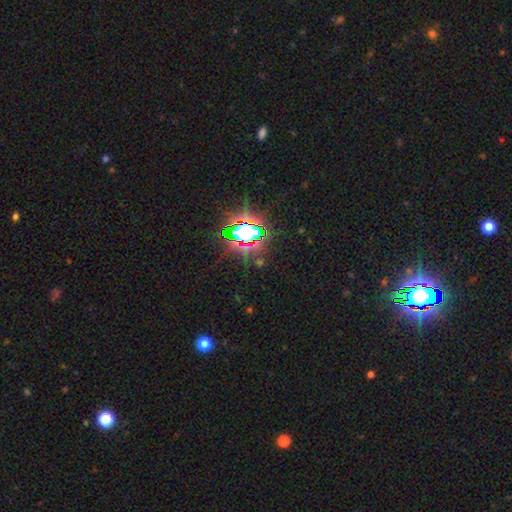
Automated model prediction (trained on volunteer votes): Smooth or featured? star or artifact (82%)